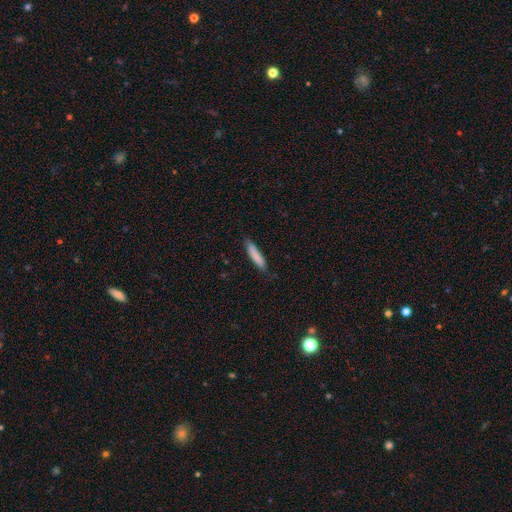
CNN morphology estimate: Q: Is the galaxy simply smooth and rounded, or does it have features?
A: smooth — 83%.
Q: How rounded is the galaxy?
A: cigar-shaped — 86%.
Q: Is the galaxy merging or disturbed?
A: none — 80%.